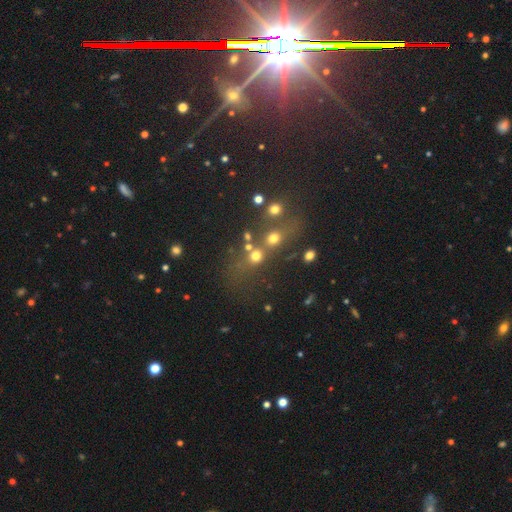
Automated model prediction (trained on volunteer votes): Overall: smooth (63%; star or artifact 24%). How rounded: round (75%). Merging: none (46%; merger 37%).